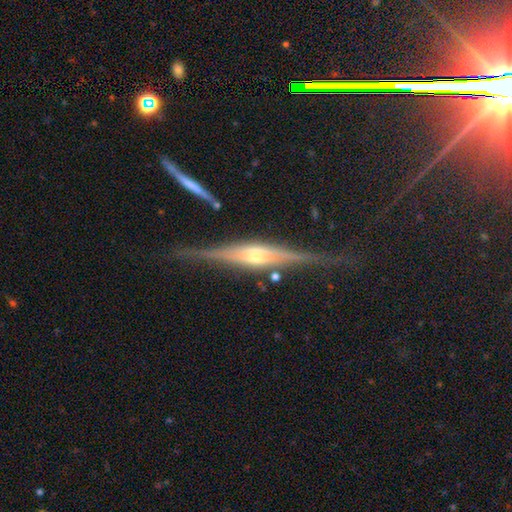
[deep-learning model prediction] This appears to be a featured or disk galaxy (84%) viewed edge-on (97%) with a rounded central bulge (74%). Merging: none (81%).